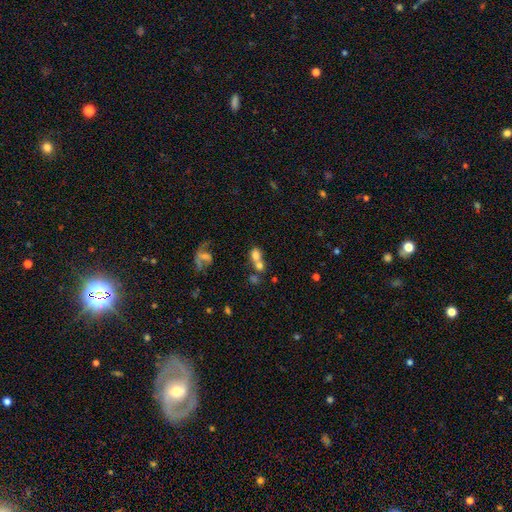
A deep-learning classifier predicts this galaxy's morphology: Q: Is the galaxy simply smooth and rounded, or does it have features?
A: smooth — 69%.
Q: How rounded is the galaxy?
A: round — 52%.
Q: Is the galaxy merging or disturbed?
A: merger — 59%.